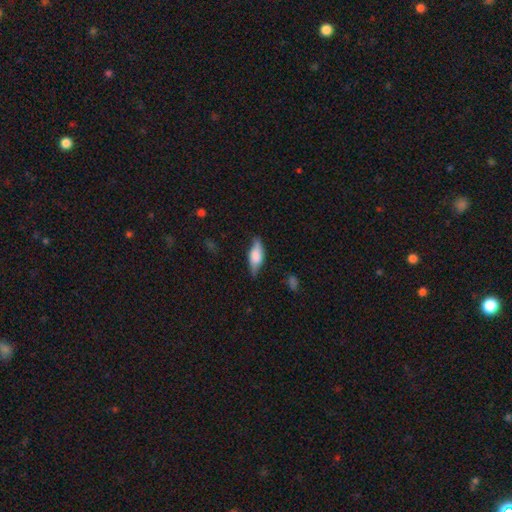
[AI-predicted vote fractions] Q: Smooth or featured?
A: smooth (58%); runner-up: featured or disk (35%)
Q: How rounded?
A: in between (71%); runner-up: cigar-shaped (26%)
Q: Merging?
A: none (70%); runner-up: minor disturbance (22%)